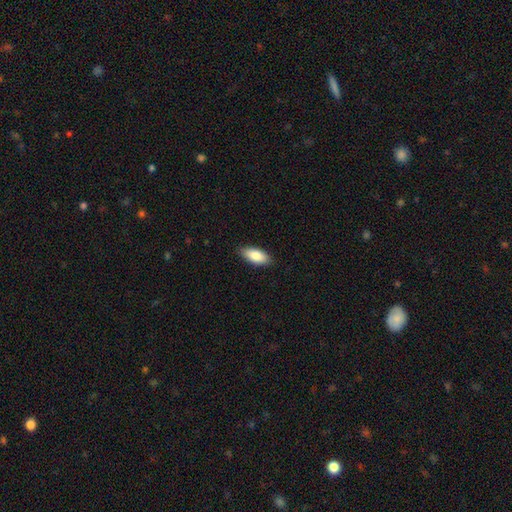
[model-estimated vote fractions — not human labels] A smooth galaxy with no disk features (84%) that is in between round and cigar-shaped (88%). Merging: none (87%).